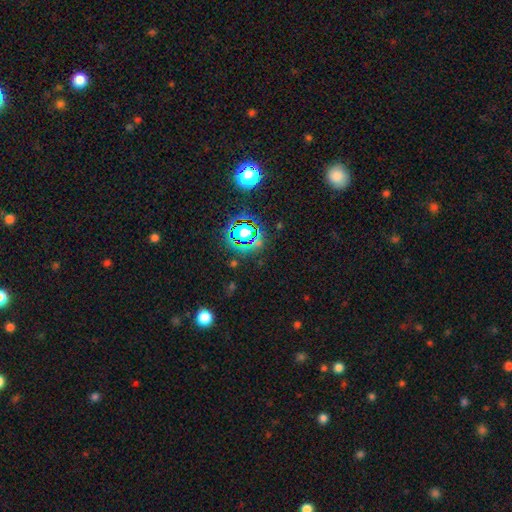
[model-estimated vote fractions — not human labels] A star or artifact, not a galaxy (78%).